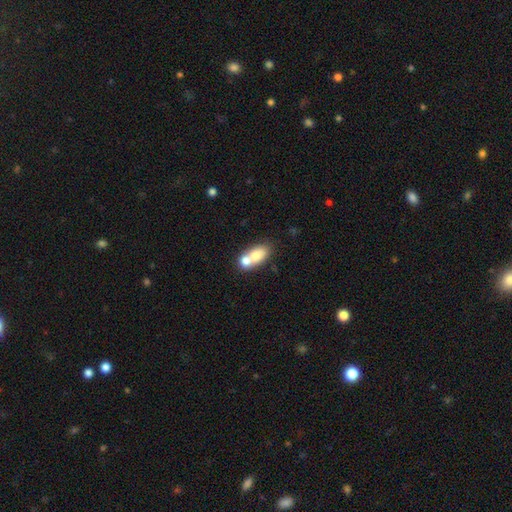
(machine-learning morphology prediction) A smooth galaxy with no disk features (72%) that is in between round and cigar-shaped (79%).

Vote fractions:
- Smooth or featured? smooth: 72% / featured or disk: 20% / star or artifact: 8%
- How rounded? in between: 79% / round: 15% / cigar-shaped: 5%
- Merging? merger: 58% / none: 29% / minor disturbance: 9% / major disturbance: 4%